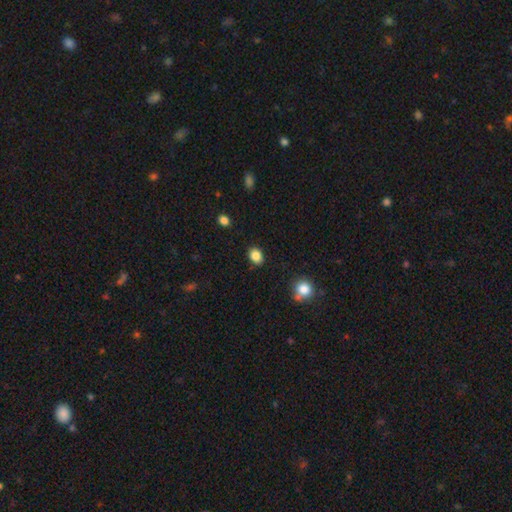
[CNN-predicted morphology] Overall: smooth (86%). How rounded: in between (62%; round 37%). Merging: none (86%).